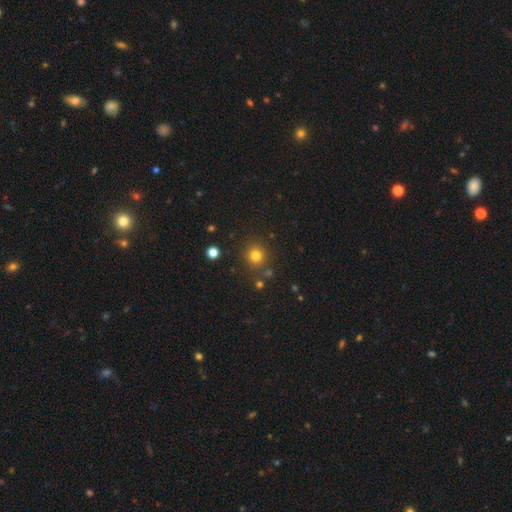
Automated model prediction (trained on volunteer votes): smooth-or-featured: smooth: 79% | star or artifact: 15% | featured or disk: 6%
  how-rounded: round: 93% | in between: 7% | cigar-shaped: 1%
  merging: none: 85% | minor disturbance: 8% | merger: 4% | major disturbance: 3%